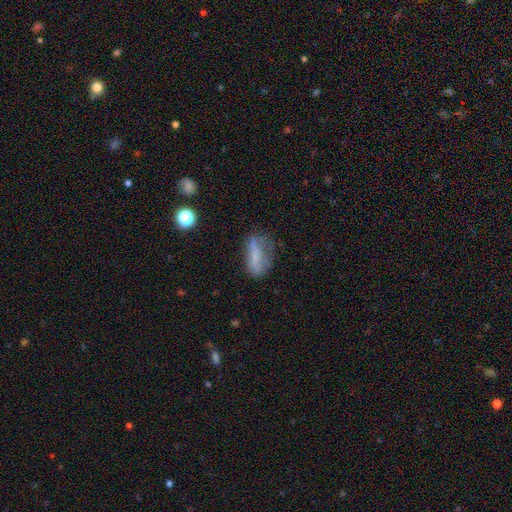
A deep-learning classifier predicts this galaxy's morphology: smooth_or_featured: smooth (p=0.56) [alt: featured or disk p=0.31]
how_rounded: in between (p=0.66) [alt: cigar-shaped p=0.28]
merging: none (p=0.45) [alt: minor disturbance p=0.27]